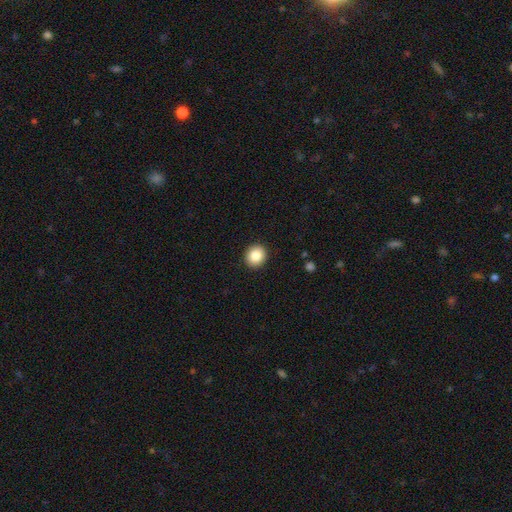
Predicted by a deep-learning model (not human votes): The model was most divided on "how rounded": round: 85%, in between: 14%, cigar-shaped: 1%. More confident: merging — none (92%); smooth or featured — smooth (85%).